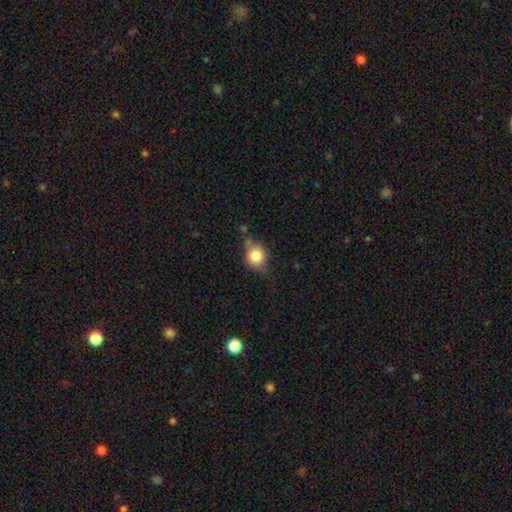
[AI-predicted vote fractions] Smooth or featured: smooth — 77% (featured or disk — 13%)
How rounded: round — 61% (in between — 37%)
Merging: none — 59% (minor disturbance — 28%)